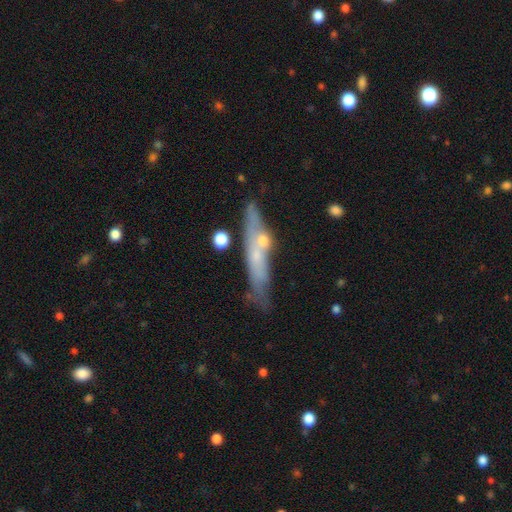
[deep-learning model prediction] Smooth or featured? featured or disk (51%)
Edge-on disk? yes (67%)
Merging? none (58%)